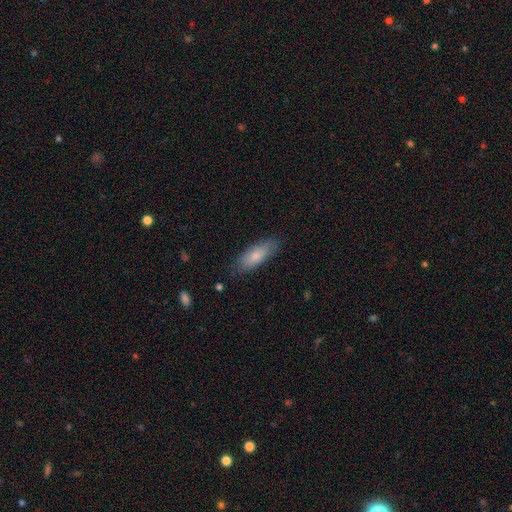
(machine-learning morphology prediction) Smooth or featured: smooth — 79% (featured or disk — 15%)
How rounded: in between — 64% (cigar-shaped — 34%)
Merging: none — 79% (minor disturbance — 16%)